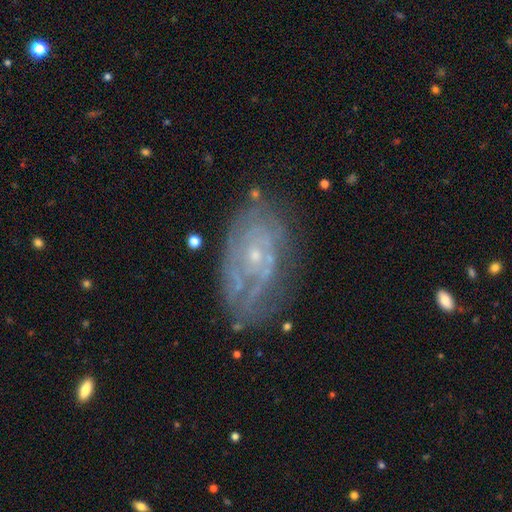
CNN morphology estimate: type=featured or disk (74%); edge-on=no (95%); bar=no (78%); spiral arms=yes (77%); winding=tight (63%); arm count=can't tell (55%); bulge=small (79%); merging=none (68%).